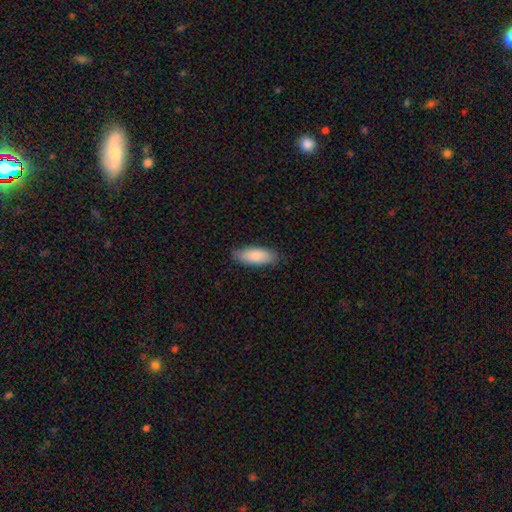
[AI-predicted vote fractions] Smooth or featured?
  - smooth: 87% *
  - featured or disk: 8%
  - star or artifact: 5%
How rounded?
  - in between: 75% *
  - cigar-shaped: 24%
  - round: 2%
Merging?
  - none: 82% *
  - minor disturbance: 14%
  - major disturbance: 2%
  - merger: 1%